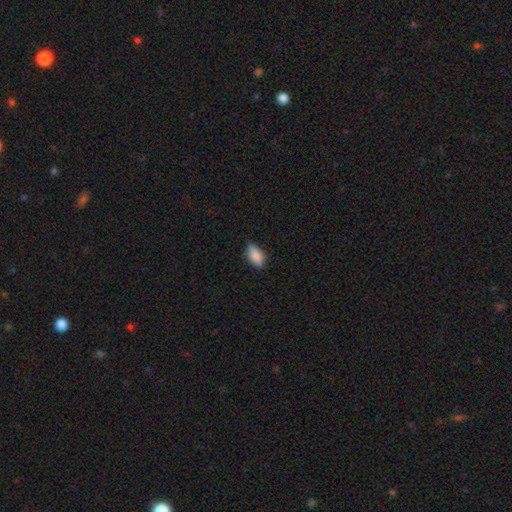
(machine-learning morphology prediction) smooth 84%, featured or disk 9%, star or artifact 7%. Down the decision tree: how rounded — in between (87%); merging — none (76%).